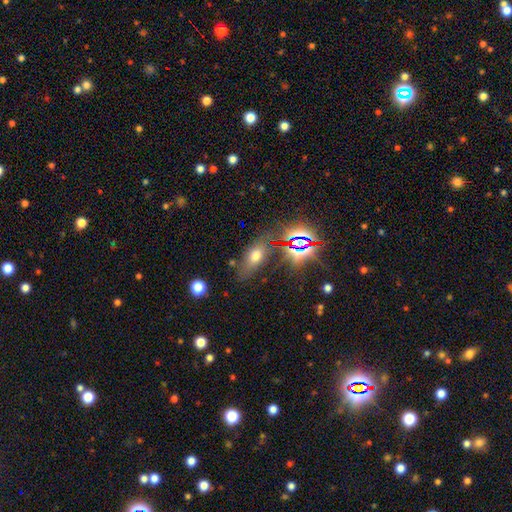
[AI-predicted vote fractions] smooth 59%, star or artifact 24%, featured or disk 17%. Down the decision tree: how rounded — in between (74%); merging — none (74%).